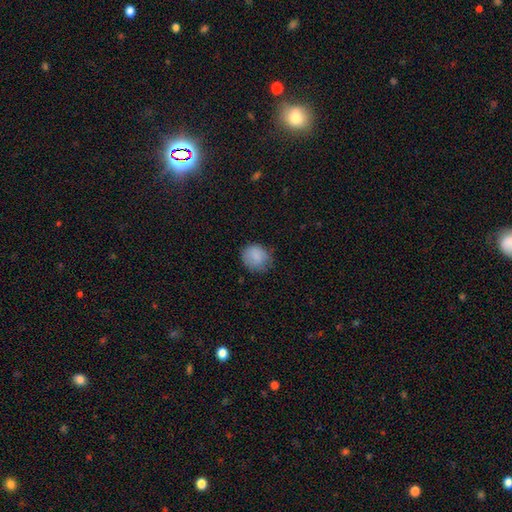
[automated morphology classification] Smooth or featured?
  - smooth: 84% *
  - star or artifact: 8%
  - featured or disk: 8%
How rounded?
  - round: 75% *
  - in between: 24%
  - cigar-shaped: 1%
Merging?
  - none: 66% *
  - minor disturbance: 25%
  - major disturbance: 7%
  - merger: 1%